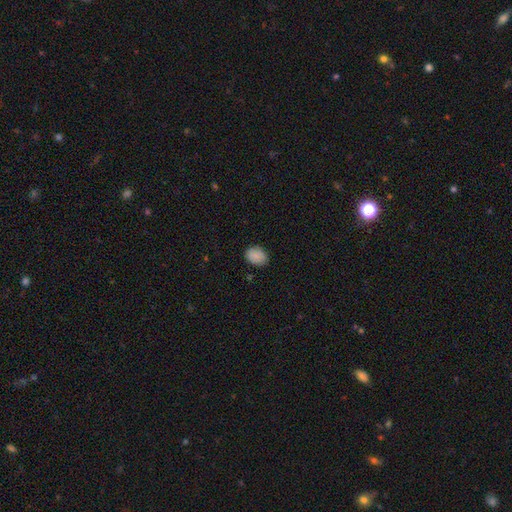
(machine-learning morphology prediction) smooth-or-featured: smooth: 87% | star or artifact: 8% | featured or disk: 5%
  how-rounded: in between: 66% | round: 33% | cigar-shaped: 1%
  merging: none: 82% | minor disturbance: 14% | major disturbance: 3% | merger: 1%